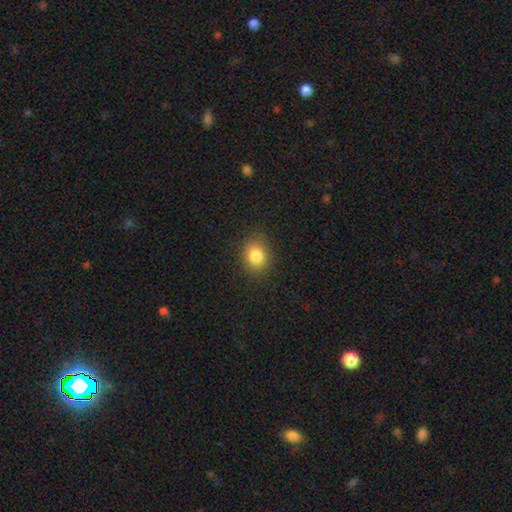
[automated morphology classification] A smooth galaxy with no disk features (84%) that is round (55%).

Vote fractions:
- Smooth or featured? smooth: 84% / star or artifact: 10% / featured or disk: 6%
- How rounded? round: 55% / in between: 44% / cigar-shaped: 1%
- Merging? none: 85% / minor disturbance: 11% / major disturbance: 3% / merger: 1%